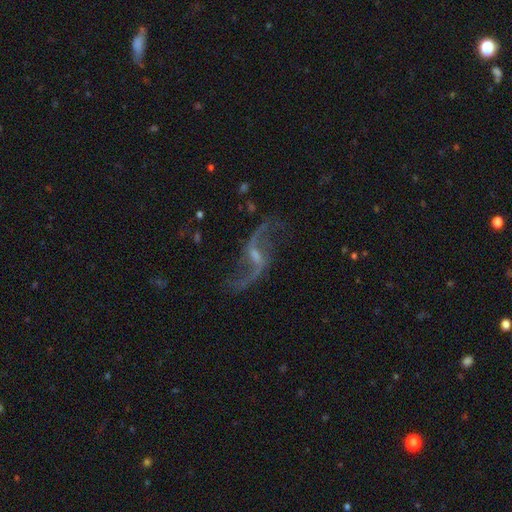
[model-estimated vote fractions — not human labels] Smooth or featured?
  - featured or disk: 90% *
  - star or artifact: 6%
  - smooth: 4%
Edge-on disk?
  - no: 96% *
  - yes: 4%
Bar?
  - weak: 52% *
  - no: 25%
  - strong: 23%
Spiral arms?
  - yes: 96% *
  - no: 4%
Spiral winding?
  - loose: 91% *
  - medium: 7%
  - tight: 2%
Spiral arm count?
  - 2: 94% *
  - 1: 2%
  - can't tell: 1%
  - 3: 1%
  - 4: 1%
  - more than 4: 1%
Bulge size?
  - small: 56% *
  - moderate: 27%
  - none: 14%
  - large: 2%
  - dominant: 1%
Merging?
  - none: 76% *
  - minor disturbance: 13%
  - major disturbance: 8%
  - merger: 2%